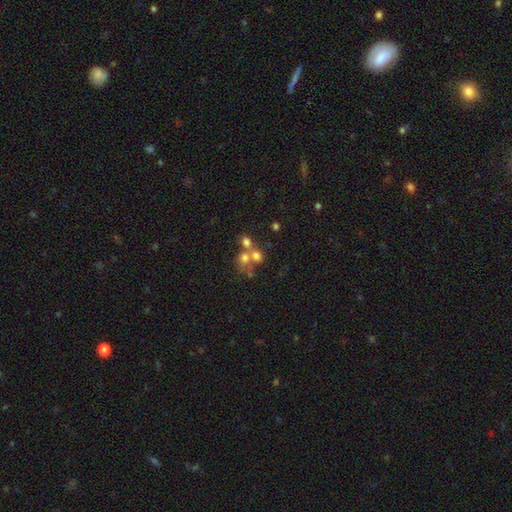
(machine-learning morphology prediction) A smooth galaxy with no disk features (62%) that is round (72%). Merging: merger (54%).